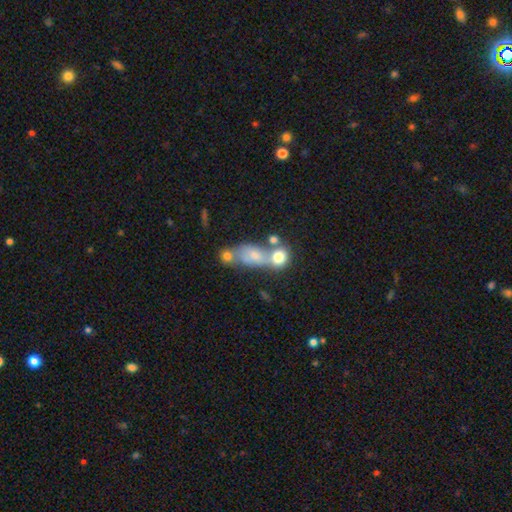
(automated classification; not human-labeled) The model was most divided on "merging": none: 39%, merger: 38%, minor disturbance: 13%, major disturbance: 10%. Remaining: smooth or featured — smooth (45%).